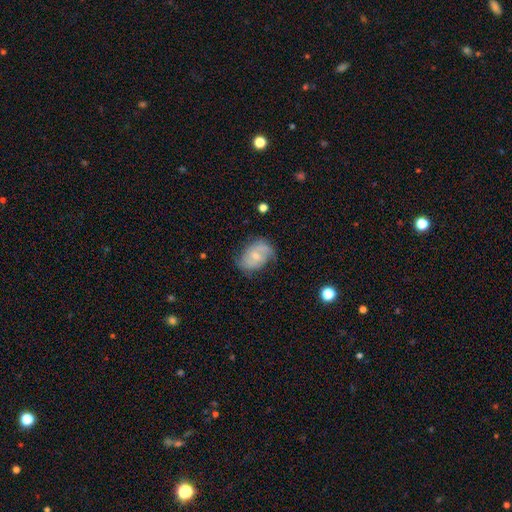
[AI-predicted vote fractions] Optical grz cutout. It shows a featured or disk galaxy (70%) with no bar (53%), 2 (71%) medium (45%) spiral arms (91%) and a small central bulge (56%). Merging: none (64%).